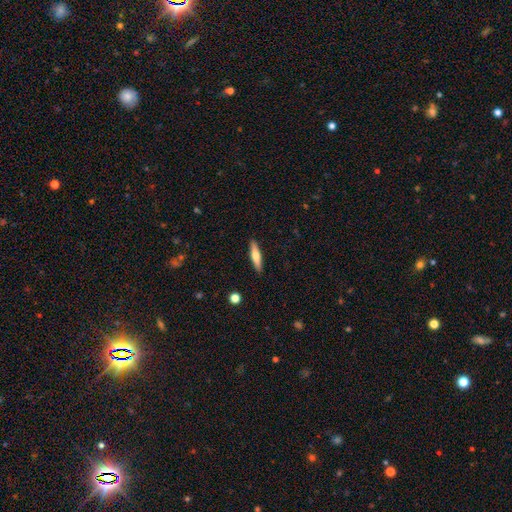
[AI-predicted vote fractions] smooth_or_featured: smooth (p=0.56) [alt: featured or disk p=0.38]
how_rounded: cigar-shaped (p=0.81) [alt: in between p=0.18]
merging: none (p=0.90) [alt: minor disturbance p=0.07]